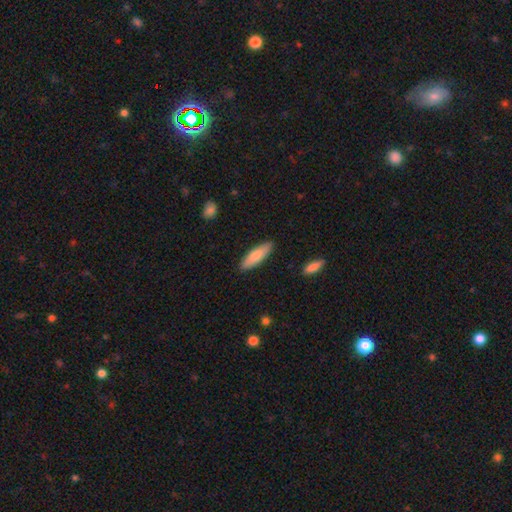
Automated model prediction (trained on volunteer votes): smooth-or-featured: smooth: 76% | featured or disk: 18% | star or artifact: 5%
  how-rounded: cigar-shaped: 54% | in between: 44% | round: 2%
  merging: none: 88% | minor disturbance: 9% | major disturbance: 2% | merger: 1%